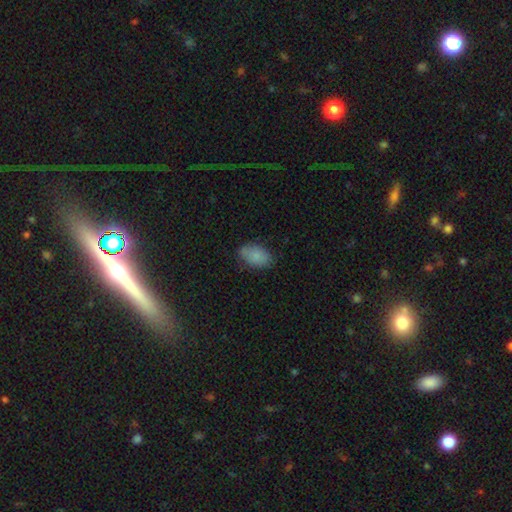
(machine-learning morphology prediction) Smooth or featured: smooth — 86% (star or artifact — 8%)
How rounded: in between — 91% (round — 8%)
Merging: none — 79% (minor disturbance — 16%)